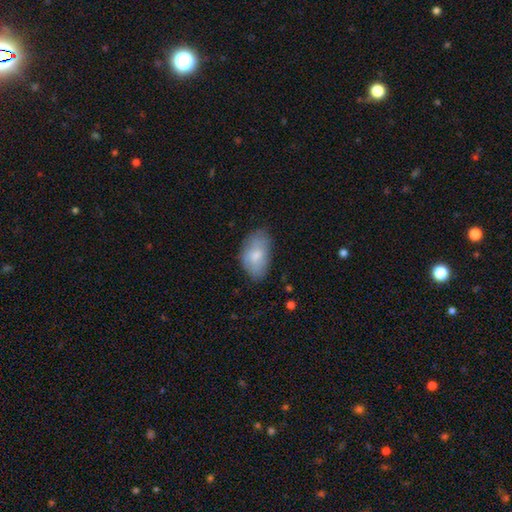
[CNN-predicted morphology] Smooth or featured: smooth — 76% (featured or disk — 17%)
How rounded: in between — 93% (round — 5%)
Merging: none — 69% (minor disturbance — 24%)